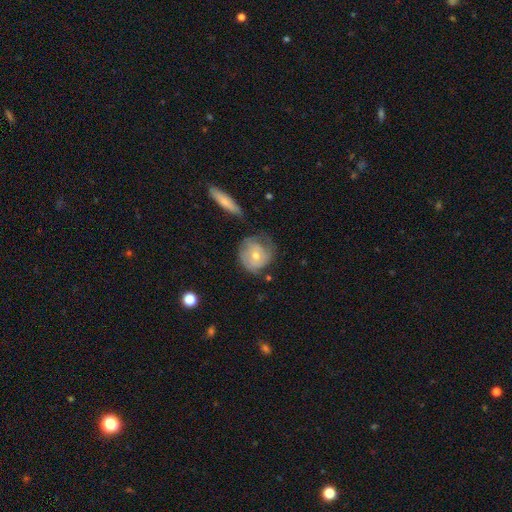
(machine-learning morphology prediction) Smooth or featured? Predicted: featured or disk (p=0.55). Edge-on disk? Predicted: no (p=0.94). Bar? Predicted: no (p=0.80). Spiral arms? Predicted: yes (p=0.71). Bulge size? Predicted: moderate (p=0.50). Merging? Predicted: none (p=0.49).